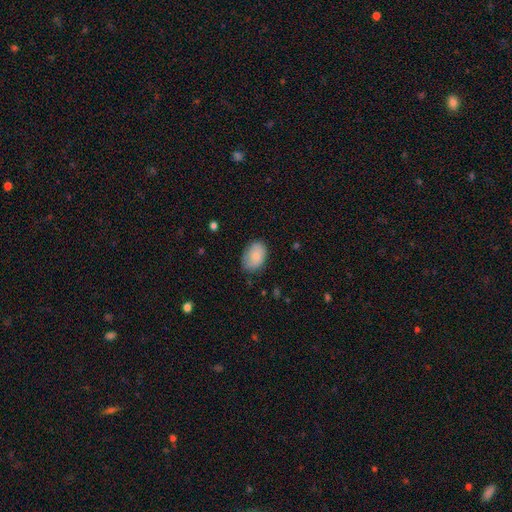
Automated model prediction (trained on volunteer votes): Overall: smooth (84%). How rounded: in between (84%). Merging: none (75%).